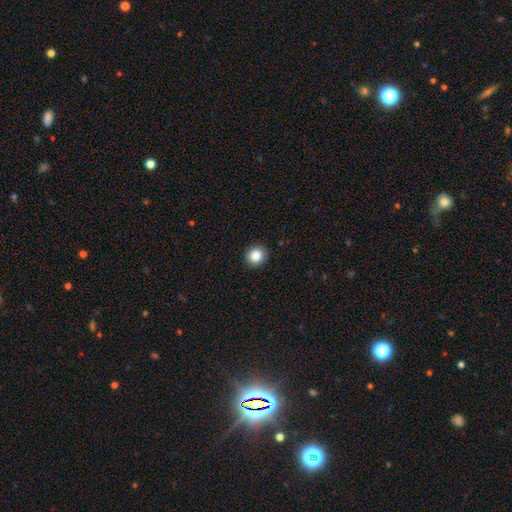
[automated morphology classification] Overall: smooth (85%). How rounded: round (85%). Merging: none (92%).